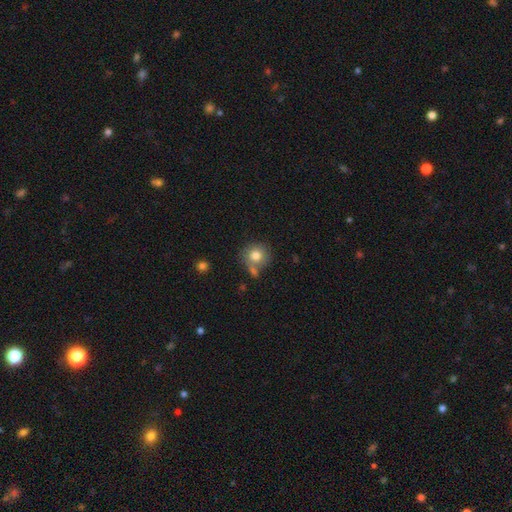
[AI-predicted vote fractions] A smooth galaxy with no disk features (79%) that is round (88%). Merging: none (60%).